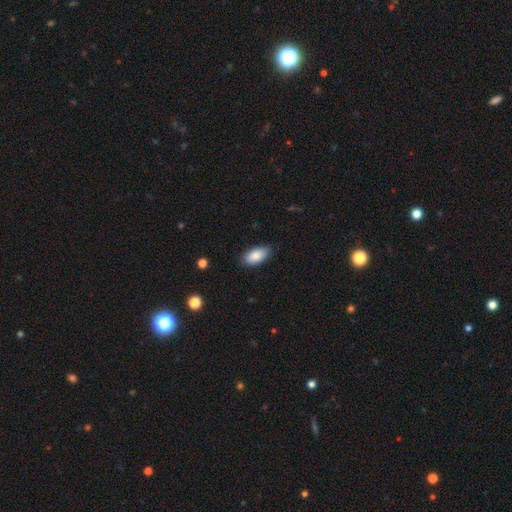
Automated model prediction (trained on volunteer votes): Smooth or featured: smooth — 86% (featured or disk — 7%)
How rounded: in between — 93% (cigar-shaped — 4%)
Merging: none — 84% (minor disturbance — 13%)